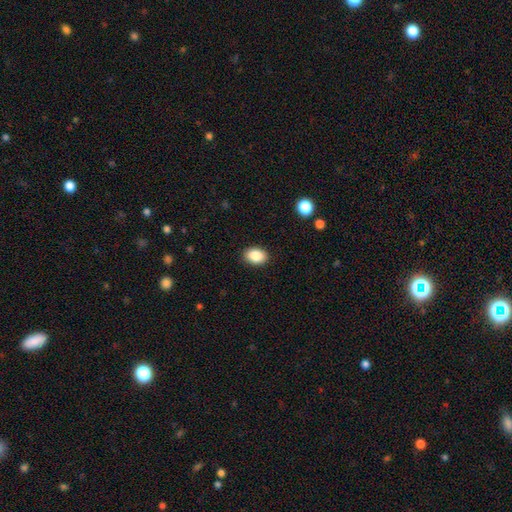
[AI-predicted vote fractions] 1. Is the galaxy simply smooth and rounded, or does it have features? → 88% smooth, 8% star or artifact, 4% featured or disk.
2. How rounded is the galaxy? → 77% in between, 22% round, 1% cigar-shaped.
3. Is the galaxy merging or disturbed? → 90% none, 7% minor disturbance, 2% major disturbance, 1% merger.